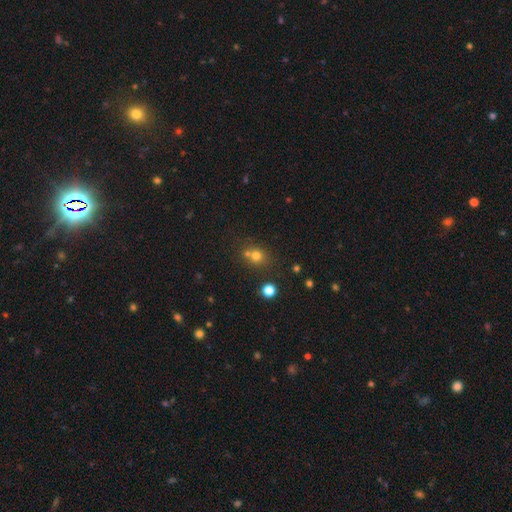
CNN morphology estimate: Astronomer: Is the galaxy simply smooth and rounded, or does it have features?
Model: smooth — 68%.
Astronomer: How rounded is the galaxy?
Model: round — 78%.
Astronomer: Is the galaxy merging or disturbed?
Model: none — 58%.